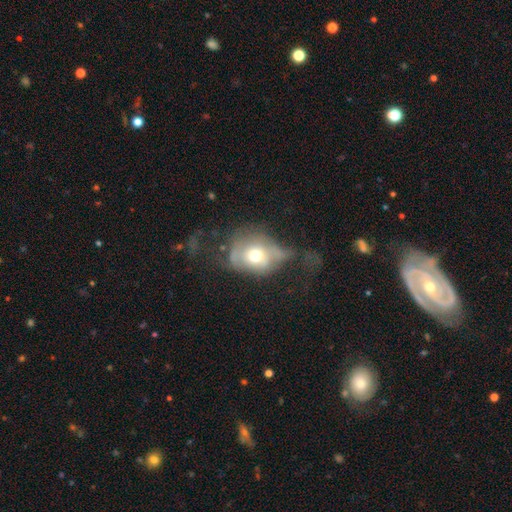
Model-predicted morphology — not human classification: smooth_or_featured: smooth (p=0.56) [alt: featured or disk p=0.33]
how_rounded: round (p=0.58) [alt: in between p=0.41]
merging: major disturbance (p=0.45) [alt: none p=0.25]